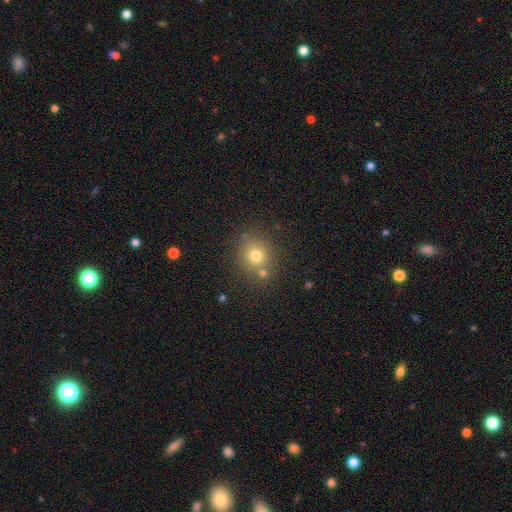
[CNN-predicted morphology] type=smooth (74%); roundness=round (85%); merging=none (74%).